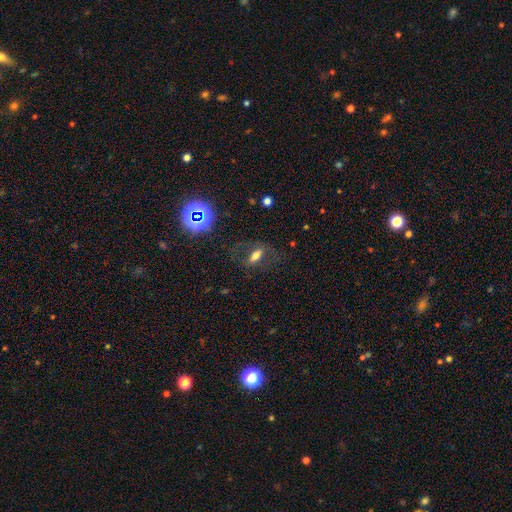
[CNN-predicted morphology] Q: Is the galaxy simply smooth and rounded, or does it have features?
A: smooth — 50%.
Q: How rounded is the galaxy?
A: in between — 72%.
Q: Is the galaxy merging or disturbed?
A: none — 70%.